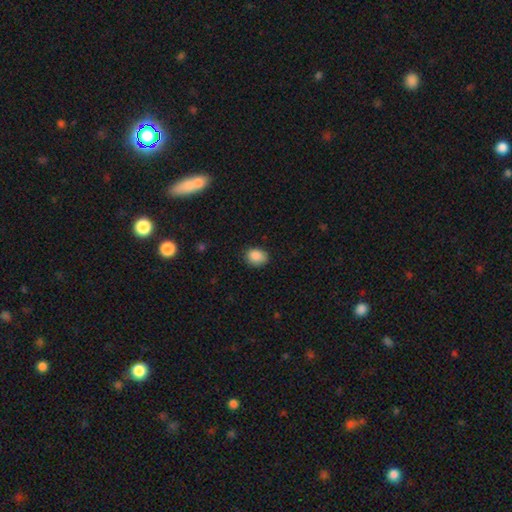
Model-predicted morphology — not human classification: smooth 88%, star or artifact 9%, featured or disk 4%. Down the decision tree: how rounded — in between (56%); merging — none (79%).